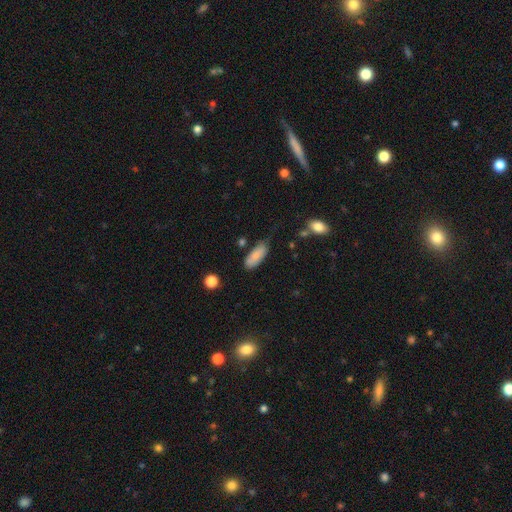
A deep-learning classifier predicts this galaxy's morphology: Smooth or featured?
  - smooth: 81% *
  - featured or disk: 13%
  - star or artifact: 7%
How rounded?
  - in between: 81% *
  - cigar-shaped: 17%
  - round: 2%
Merging?
  - none: 58% *
  - minor disturbance: 30%
  - major disturbance: 7%
  - merger: 4%